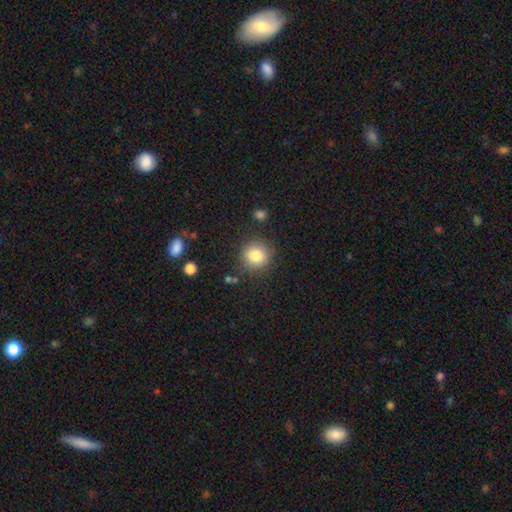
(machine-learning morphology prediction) The model was most divided on "smooth or featured": smooth: 82%, star or artifact: 11%, featured or disk: 7%. More confident: how rounded — round (89%); merging — none (85%).